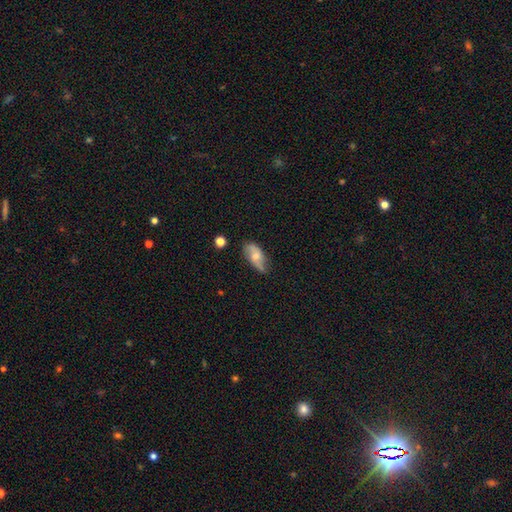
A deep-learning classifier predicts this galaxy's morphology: A featured or disk galaxy (50%).

Vote fractions:
- Smooth or featured? featured or disk: 50% / smooth: 43% / star or artifact: 8%
- Merging? none: 64% / minor disturbance: 26% / major disturbance: 7% / merger: 3%